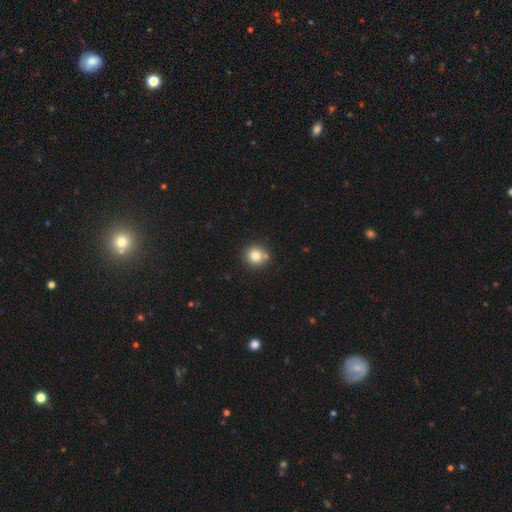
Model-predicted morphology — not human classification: smooth 81%, star or artifact 12%, featured or disk 7%. Down the decision tree: how rounded — round (93%); merging — none (78%).